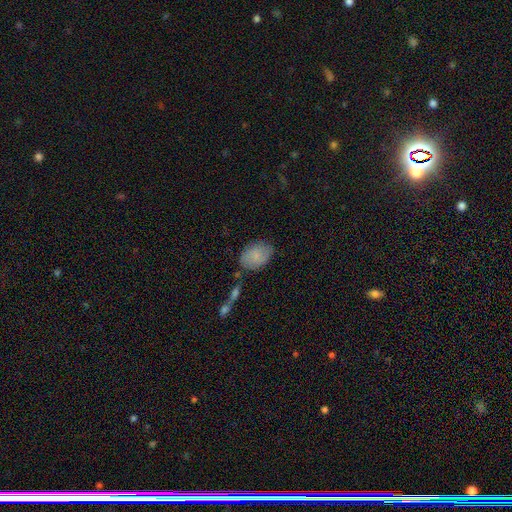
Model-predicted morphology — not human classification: This is likely a smooth galaxy (76%). How rounded: likely in between (80%). Merging: likely none (73%).